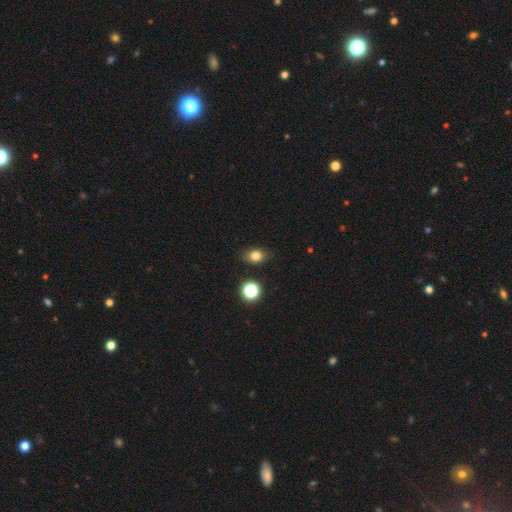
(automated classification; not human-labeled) smooth_or_featured: smooth (p=0.78) [alt: star or artifact p=0.13]
how_rounded: in between (p=0.70) [alt: round p=0.28]
merging: none (p=0.86) [alt: minor disturbance p=0.10]